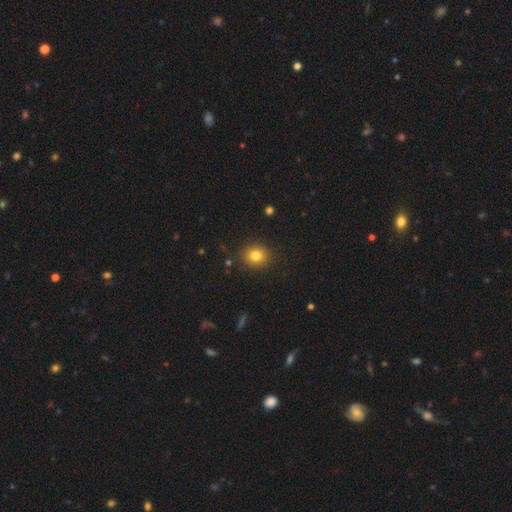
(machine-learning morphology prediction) Overall: smooth (81%). How rounded: round (74%). Merging: none (88%).